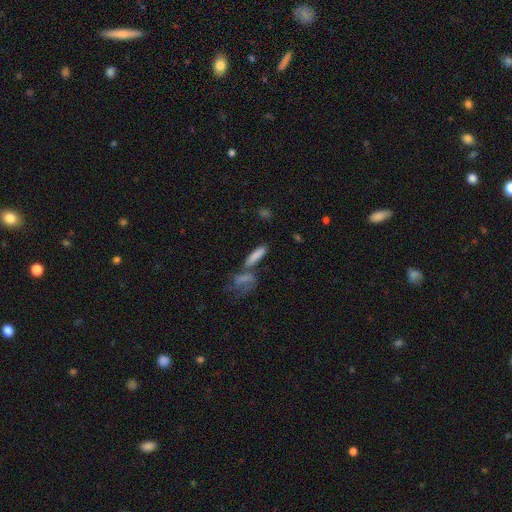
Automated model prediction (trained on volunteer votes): Smooth or featured? smooth (74%)
How rounded? cigar-shaped (64%)
Merging? none (43%)